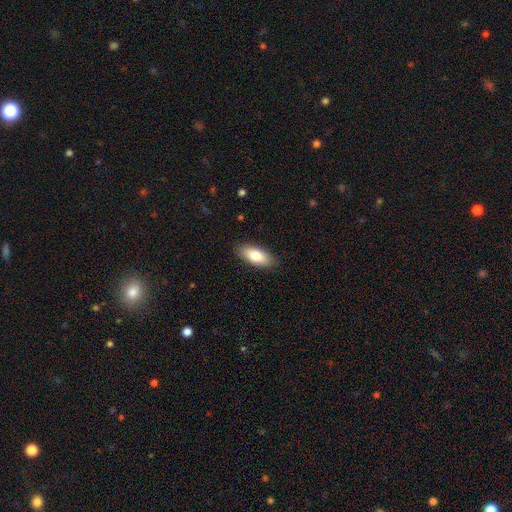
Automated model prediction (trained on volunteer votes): Q: Smooth or featured?
A: smooth (80%); runner-up: featured or disk (14%)
Q: How rounded?
A: in between (83%); runner-up: cigar-shaped (15%)
Q: Merging?
A: none (88%); runner-up: minor disturbance (9%)